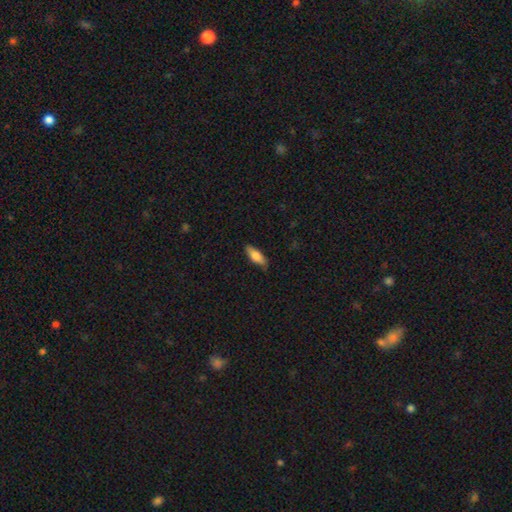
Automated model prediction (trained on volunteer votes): Smooth or featured?
  - smooth: 75% *
  - featured or disk: 19%
  - star or artifact: 6%
How rounded?
  - in between: 66% *
  - cigar-shaped: 32%
  - round: 2%
Merging?
  - none: 81% *
  - minor disturbance: 16%
  - major disturbance: 3%
  - merger: 1%